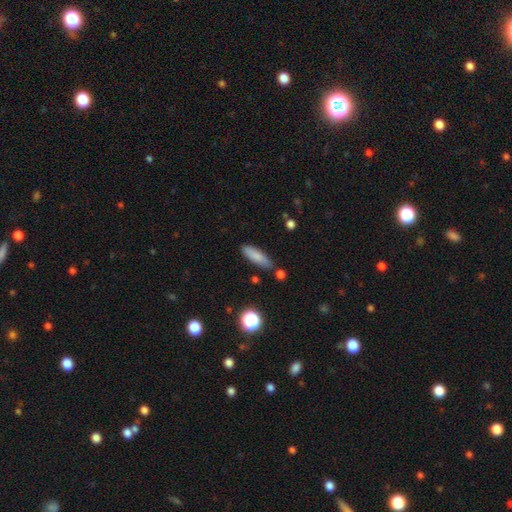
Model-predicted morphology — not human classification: smooth_or_featured: smooth (p=0.81) [alt: featured or disk p=0.11]
how_rounded: cigar-shaped (p=0.55) [alt: in between p=0.42]
merging: none (p=0.80) [alt: minor disturbance p=0.13]